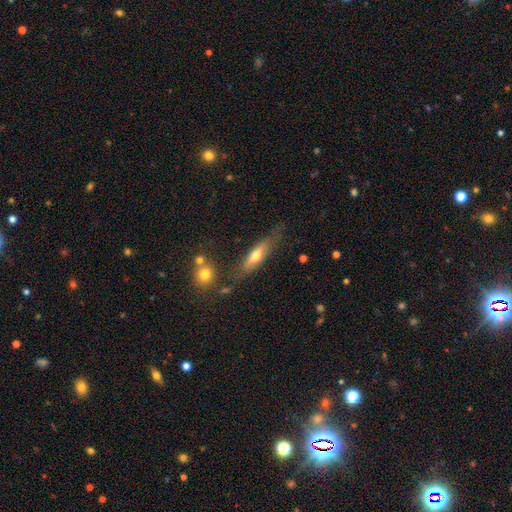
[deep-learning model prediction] Morphology: type=smooth (49%); merging=none (68%).